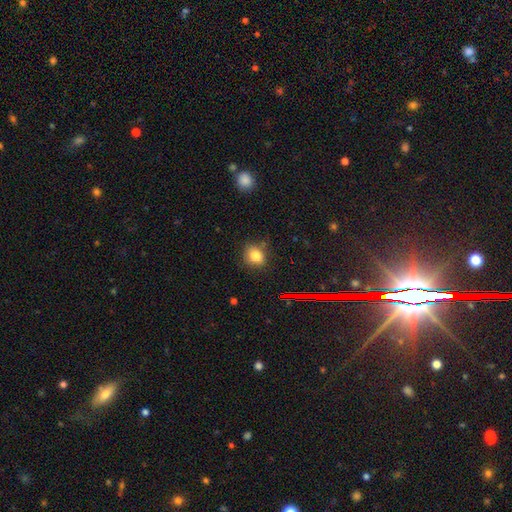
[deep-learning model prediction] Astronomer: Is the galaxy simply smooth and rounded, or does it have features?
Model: smooth — 79%.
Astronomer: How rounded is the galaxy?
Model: round — 64%.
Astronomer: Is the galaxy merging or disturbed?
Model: none — 75%.